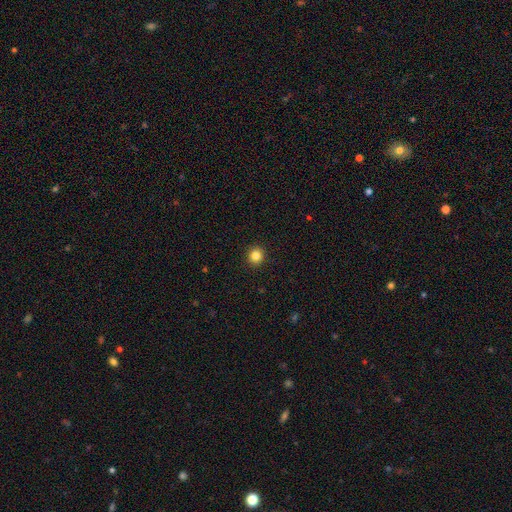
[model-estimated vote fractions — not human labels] This appears to be a smooth galaxy with no disk features (82%) that is round (91%). Merging: none (93%).